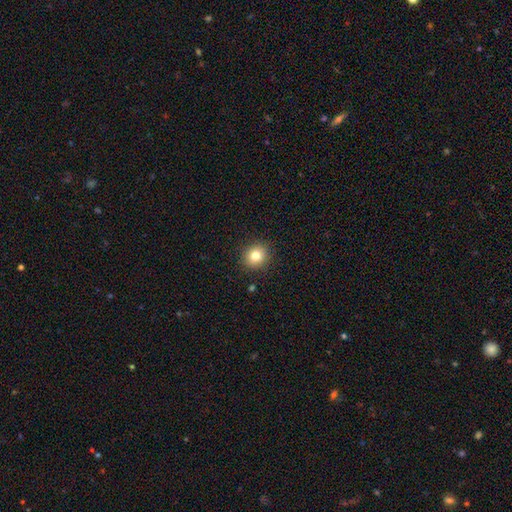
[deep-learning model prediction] Morphology: type=smooth (81%); roundness=round (85%); merging=none (91%).